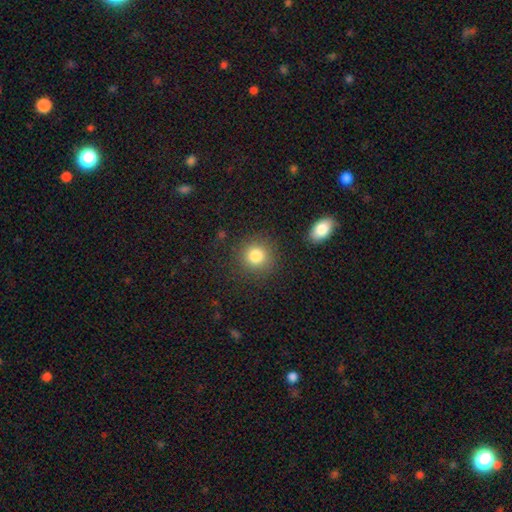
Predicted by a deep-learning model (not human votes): Overall: smooth (82%). How rounded: round (91%). Merging: none (87%).